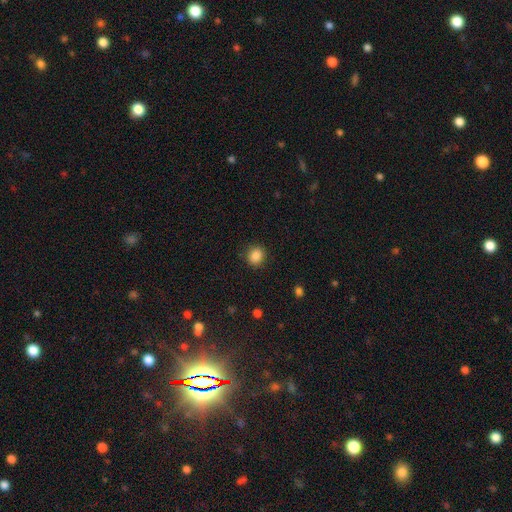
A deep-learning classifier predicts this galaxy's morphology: Smooth or featured? Predicted: smooth (p=0.86). How rounded? Predicted: round (p=0.81). Merging? Predicted: none (p=0.89).